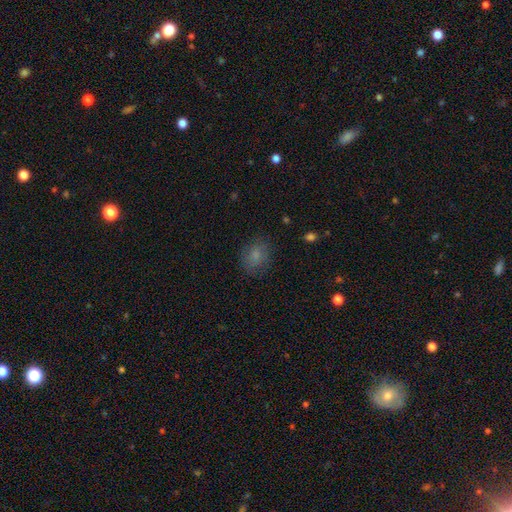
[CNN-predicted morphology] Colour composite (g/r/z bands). It shows a smooth galaxy with no disk features (79%) that is round (50%). Merging: none (80%).